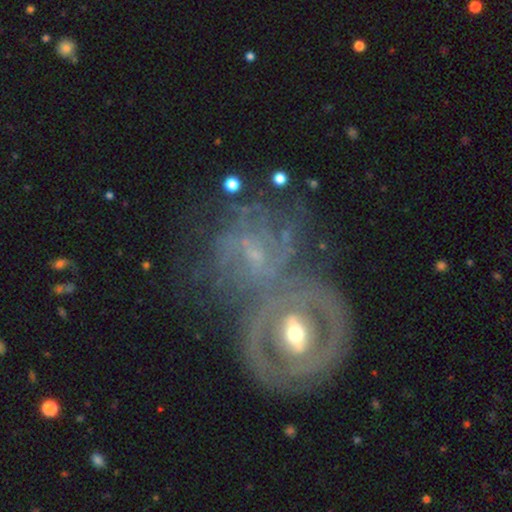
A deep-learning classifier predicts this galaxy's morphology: This appears to be a featured or disk galaxy (81%) with no bar (42%), tight (61%) spiral arms (84%) and a small central bulge (57%). Merging: merger (53%).